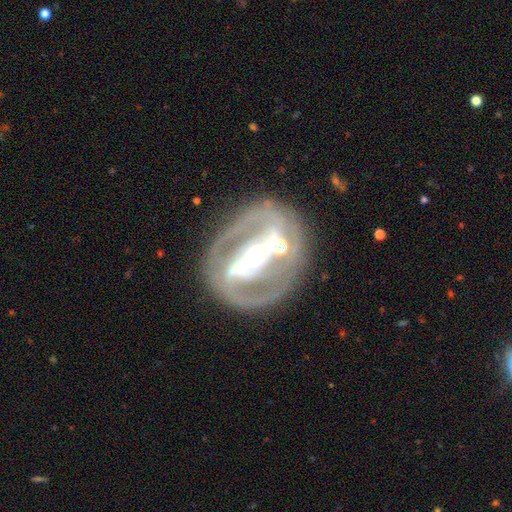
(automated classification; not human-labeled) Smooth or featured?
  - featured or disk: 85% *
  - smooth: 9%
  - star or artifact: 6%
Edge-on disk?
  - no: 94% *
  - yes: 6%
Bar?
  - strong: 68% *
  - weak: 18%
  - no: 14%
Spiral arms?
  - yes: 77% *
  - no: 23%
Spiral winding?
  - tight: 53% *
  - medium: 35%
  - loose: 12%
Spiral arm count?
  - 2: 73% *
  - can't tell: 12%
  - 3: 6%
  - 1: 5%
  - 4: 2%
  - more than 4: 2%
Bulge size?
  - moderate: 61% *
  - small: 28%
  - large: 8%
  - dominant: 2%
  - none: 1%
Merging?
  - none: 69% *
  - minor disturbance: 14%
  - merger: 10%
  - major disturbance: 8%